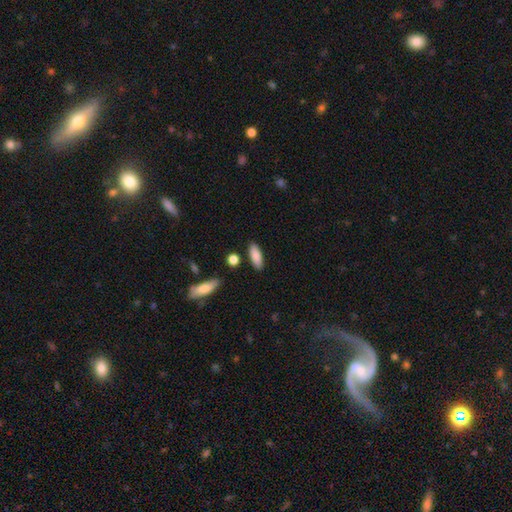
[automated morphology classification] Smooth or featured? smooth (86%)
How rounded? in between (68%)
Merging? none (85%)